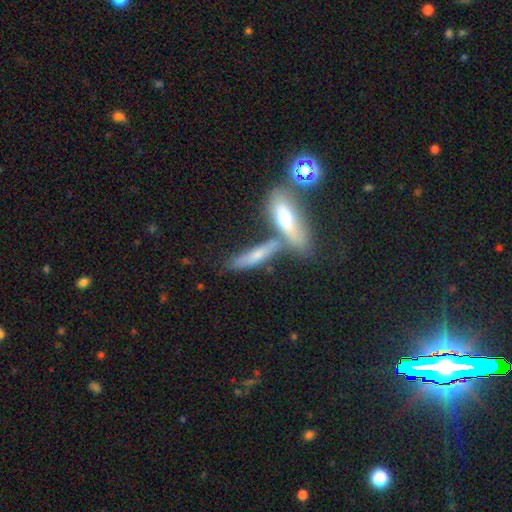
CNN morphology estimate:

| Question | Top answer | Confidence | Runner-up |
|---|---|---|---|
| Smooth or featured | smooth | 56% | featured or disk (35%) |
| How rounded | cigar-shaped | 69% | in between (27%) |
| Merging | none | 44% | merger (38%) |